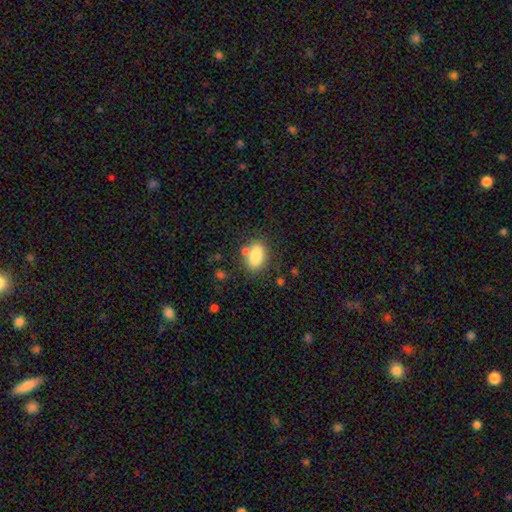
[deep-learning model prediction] Q: Smooth or featured?
A: smooth (85%); runner-up: star or artifact (8%)
Q: How rounded?
A: in between (87%); runner-up: round (10%)
Q: Merging?
A: none (70%); runner-up: minor disturbance (15%)